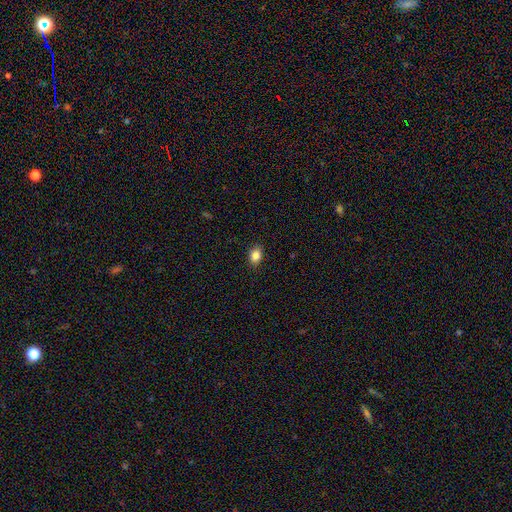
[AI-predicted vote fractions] This appears to be a smooth galaxy with no disk features (84%) that is in between round and cigar-shaped (72%). Merging: none (89%).